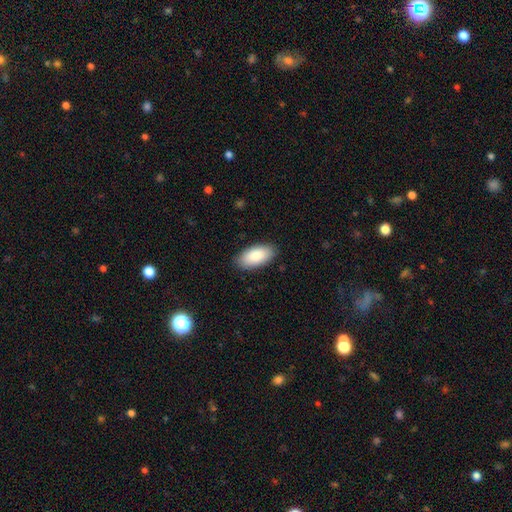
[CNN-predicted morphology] This is clearly a smooth galaxy (87%). How rounded: clearly in between (94%). Merging: clearly none (87%).